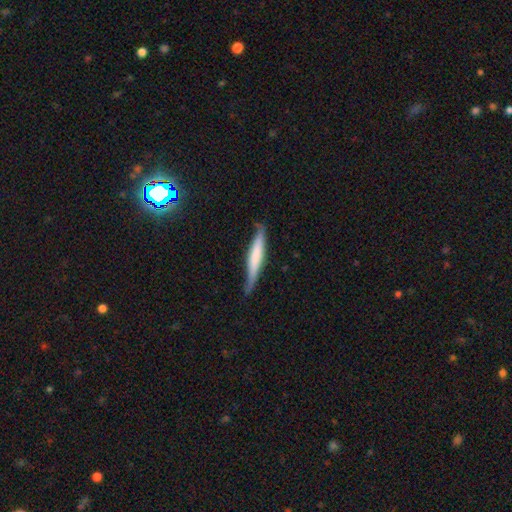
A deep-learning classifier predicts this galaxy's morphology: The model was most divided on "smooth or featured": smooth: 54%, featured or disk: 40%, star or artifact: 5%. More confident: how rounded — cigar-shaped (93%); merging — none (71%).